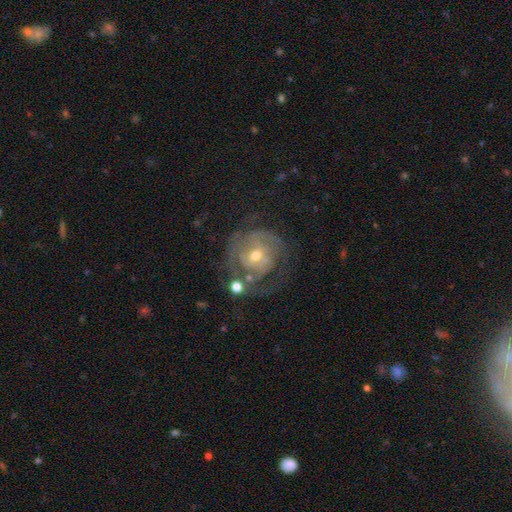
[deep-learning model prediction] Q: Smooth or featured?
A: featured or disk (80%); runner-up: smooth (13%)
Q: Edge-on disk?
A: no (97%); runner-up: yes (3%)
Q: Bar?
A: no (58%); runner-up: weak (33%)
Q: Spiral arms?
A: yes (86%); runner-up: no (14%)
Q: Spiral winding?
A: tight (61%); runner-up: medium (29%)
Q: Spiral arm count?
A: can't tell (38%); runner-up: 2 (30%)
Q: Bulge size?
A: moderate (53%); runner-up: small (43%)
Q: Merging?
A: none (50%); runner-up: major disturbance (23%)